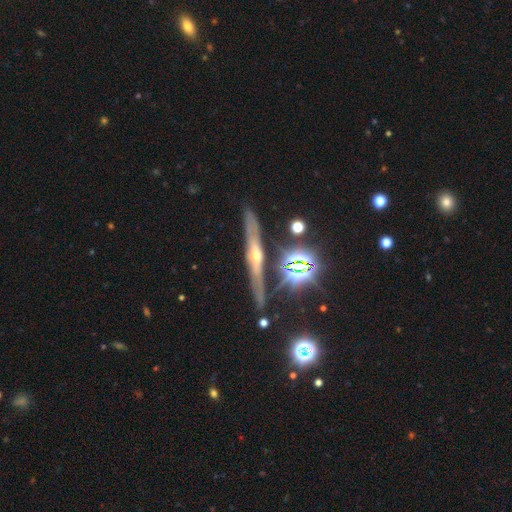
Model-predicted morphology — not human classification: Overall: featured or disk (63%). Edge-on disk: yes (90%). Edge-on bulge: rounded (83%). Merging: none (82%).